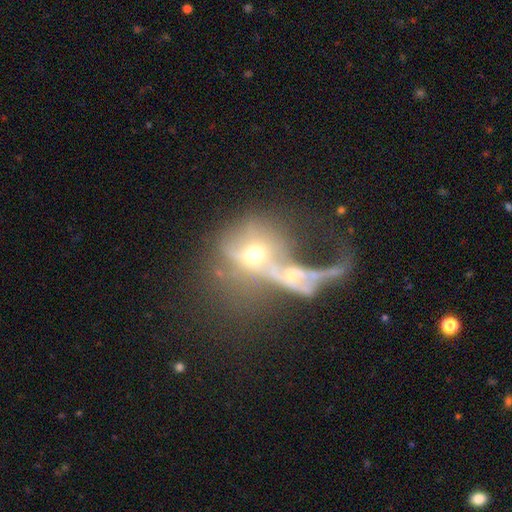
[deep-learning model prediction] A featured or disk galaxy (50%). Merging: merger (61%).